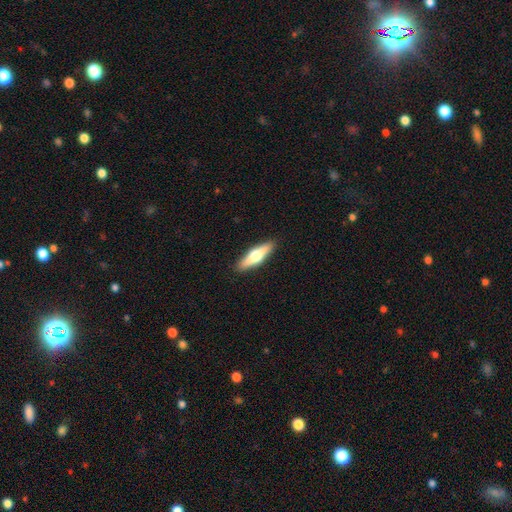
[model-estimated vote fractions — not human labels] Smooth or featured? smooth (50%)
Merging? none (90%)